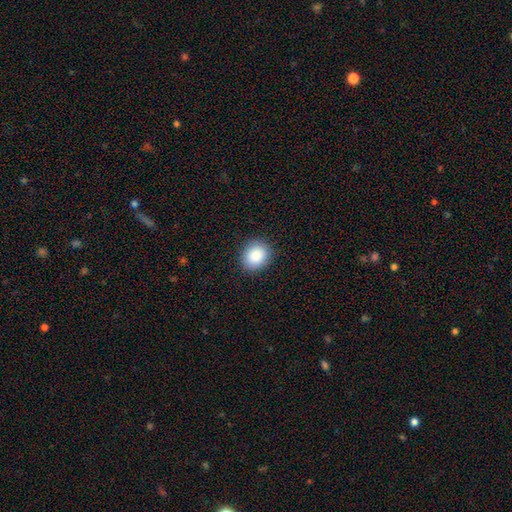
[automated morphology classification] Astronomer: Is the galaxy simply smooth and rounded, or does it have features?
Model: smooth — 88%.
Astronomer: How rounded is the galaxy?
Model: round — 72%.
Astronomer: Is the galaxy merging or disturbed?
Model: none — 89%.